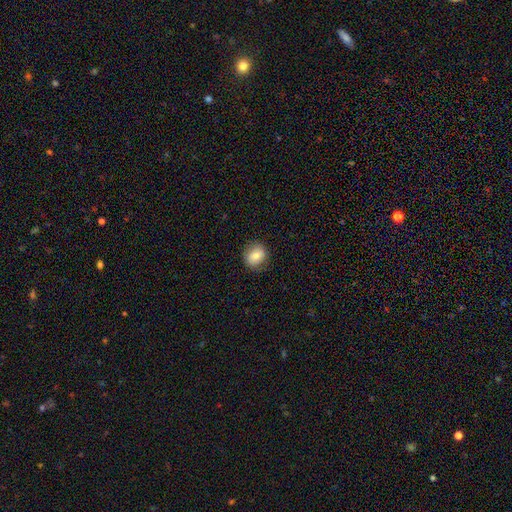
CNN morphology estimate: smooth-or-featured: smooth: 78% | featured or disk: 14% | star or artifact: 9%
  how-rounded: round: 69% | in between: 30% | cigar-shaped: 1%
  merging: none: 84% | minor disturbance: 11% | major disturbance: 3% | merger: 1%